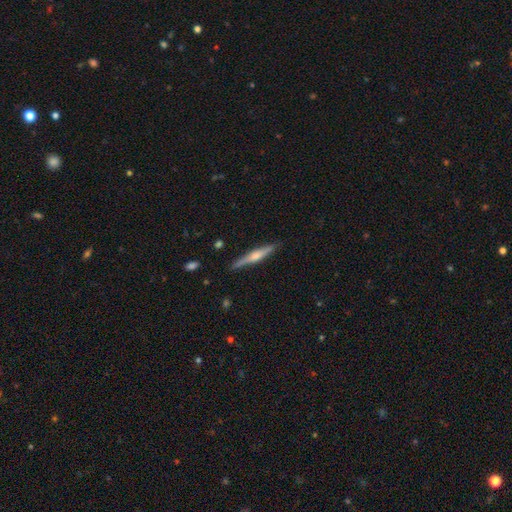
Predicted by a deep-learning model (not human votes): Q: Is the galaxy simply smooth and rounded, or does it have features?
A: featured or disk — 64%.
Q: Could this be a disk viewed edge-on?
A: yes — 97%.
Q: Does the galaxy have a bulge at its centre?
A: rounded — 78%.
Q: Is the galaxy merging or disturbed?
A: none — 87%.